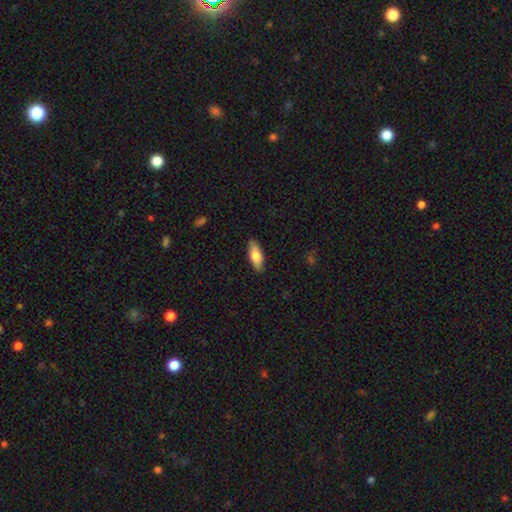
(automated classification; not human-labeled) Smooth or featured?
  - smooth: 78% *
  - featured or disk: 16%
  - star or artifact: 6%
How rounded?
  - in between: 74% *
  - cigar-shaped: 24%
  - round: 2%
Merging?
  - none: 88% *
  - minor disturbance: 9%
  - major disturbance: 2%
  - merger: 1%